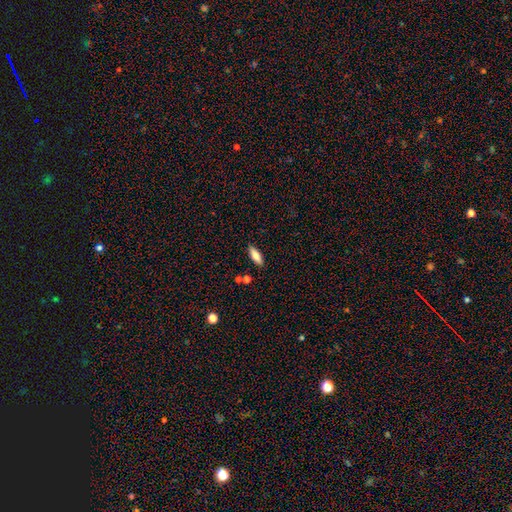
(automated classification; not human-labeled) Morphology: type=smooth (73%); roundness=in between (63%); merging=none (86%).